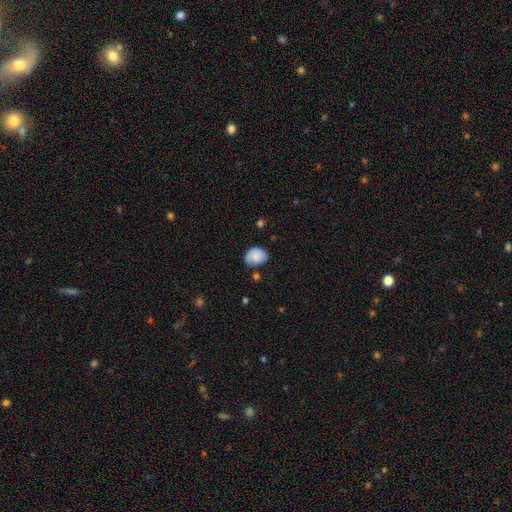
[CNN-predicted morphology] type=smooth (80%); roundness=in between (52%); merging=none (64%).